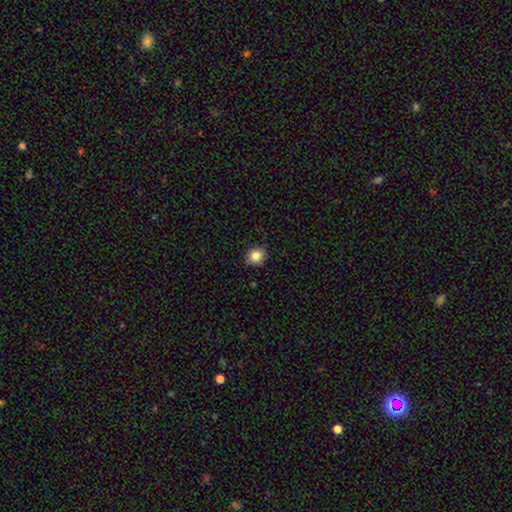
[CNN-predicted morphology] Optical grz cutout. It shows a smooth galaxy with no disk features (84%) that is round (77%). Merging: none (89%).